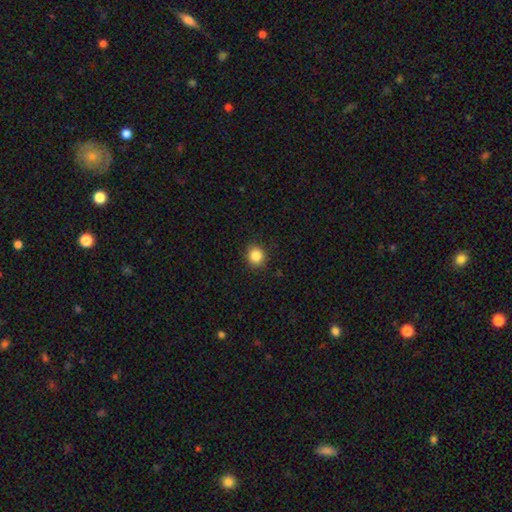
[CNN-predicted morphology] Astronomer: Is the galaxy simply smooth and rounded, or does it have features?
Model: smooth — 85%.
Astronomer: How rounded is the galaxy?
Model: round — 89%.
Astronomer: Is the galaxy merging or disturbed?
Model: none — 91%.